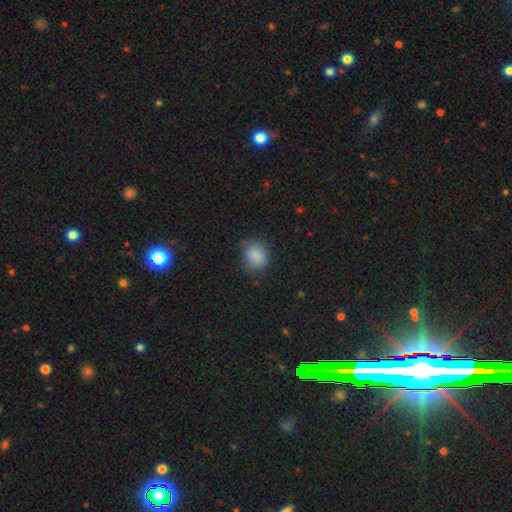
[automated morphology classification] This appears to be a smooth galaxy with no disk features (86%) that is round (53%). Merging: none (76%).